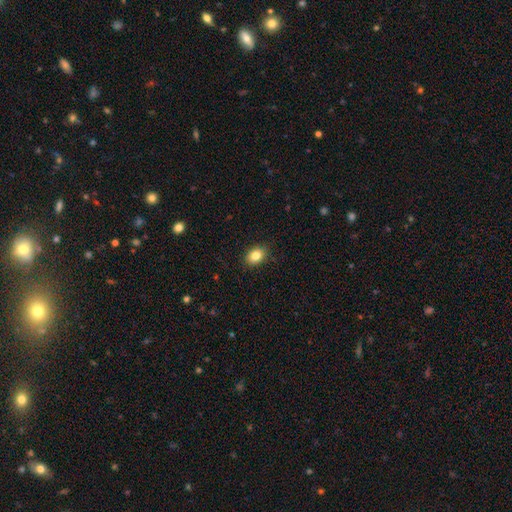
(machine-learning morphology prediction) Q: Smooth or featured?
A: smooth (84%); runner-up: star or artifact (9%)
Q: How rounded?
A: in between (72%); runner-up: round (27%)
Q: Merging?
A: none (89%); runner-up: minor disturbance (8%)